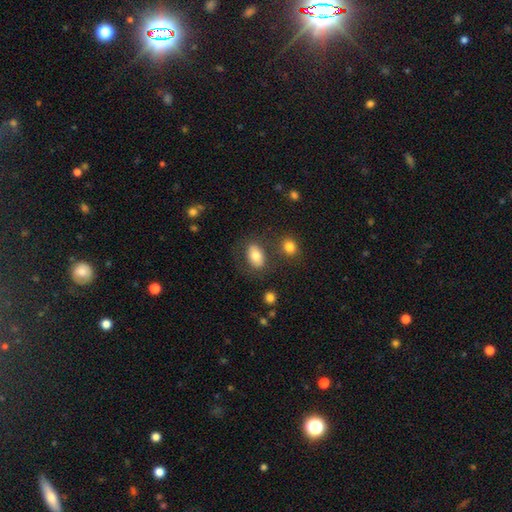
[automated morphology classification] This appears to be a smooth galaxy with no disk features (78%) that is in between round and cigar-shaped (86%). Merging: none (74%).